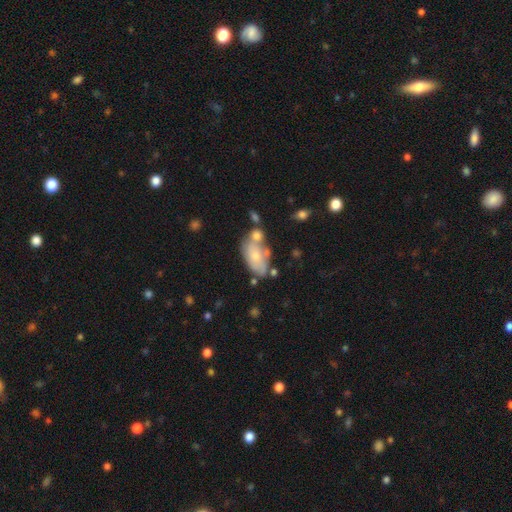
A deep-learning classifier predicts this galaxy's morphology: Smooth or featured? smooth (61%)
How rounded? in between (91%)
Merging? none (39%)